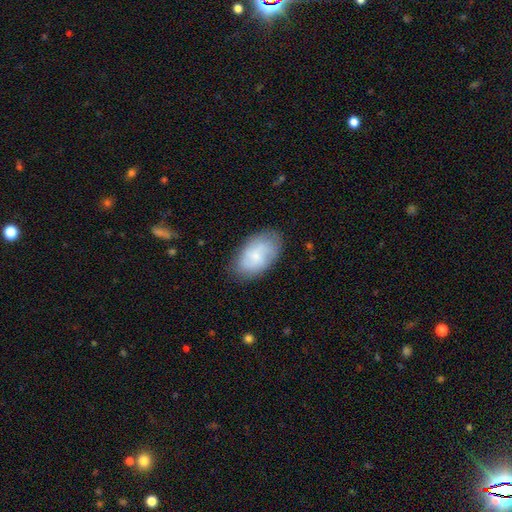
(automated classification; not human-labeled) Smooth or featured? smooth (61%)
How rounded? in between (93%)
Merging? none (77%)